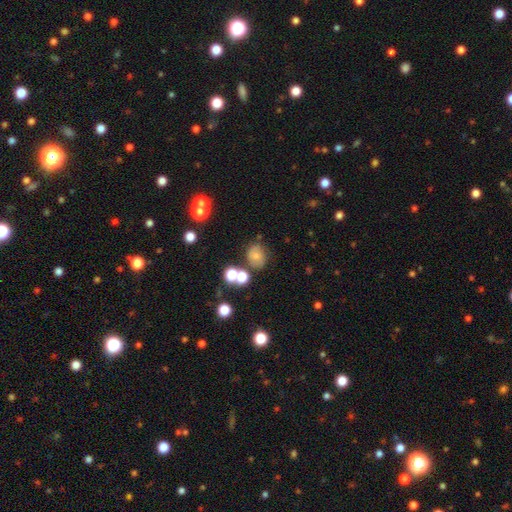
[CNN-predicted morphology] type=smooth (60%); roundness=round (58%); merging=none (64%).